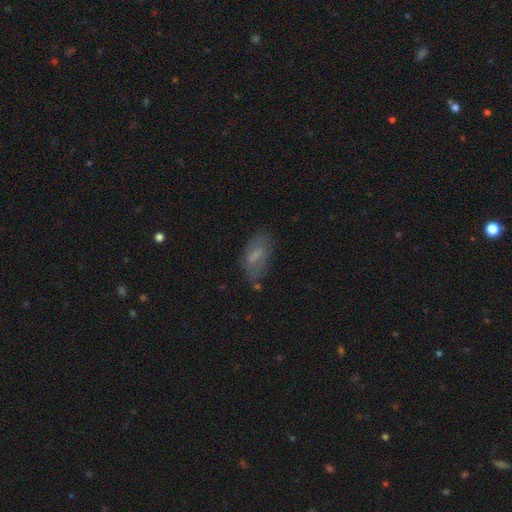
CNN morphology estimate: smooth_or_featured: smooth (p=0.59) [alt: featured or disk p=0.31]
how_rounded: in between (p=0.84) [alt: cigar-shaped p=0.13]
merging: none (p=0.63) [alt: minor disturbance p=0.23]